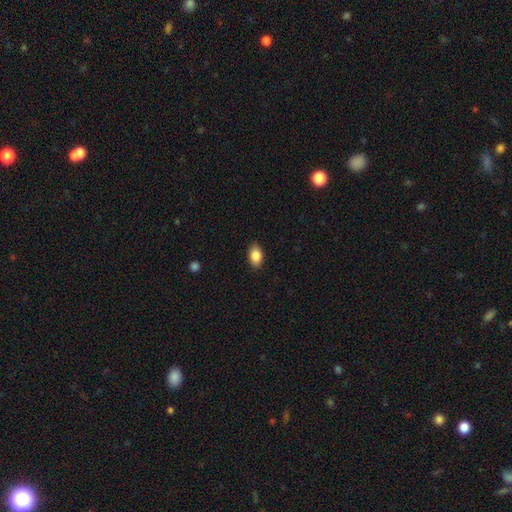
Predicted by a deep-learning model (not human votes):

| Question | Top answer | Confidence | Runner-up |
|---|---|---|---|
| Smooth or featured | smooth | 85% | star or artifact (8%) |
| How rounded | in between | 89% | round (10%) |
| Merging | none | 88% | minor disturbance (9%) |